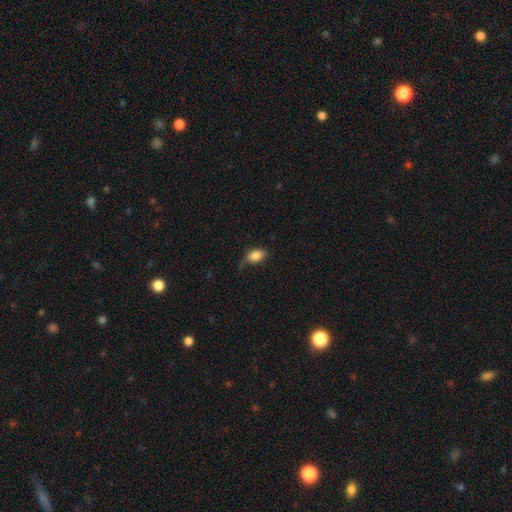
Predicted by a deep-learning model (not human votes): The model was most divided on "merging": none: 56%, minor disturbance: 31%, major disturbance: 10%, merger: 3%. More confident: how rounded — in between (87%); smooth or featured — smooth (84%).